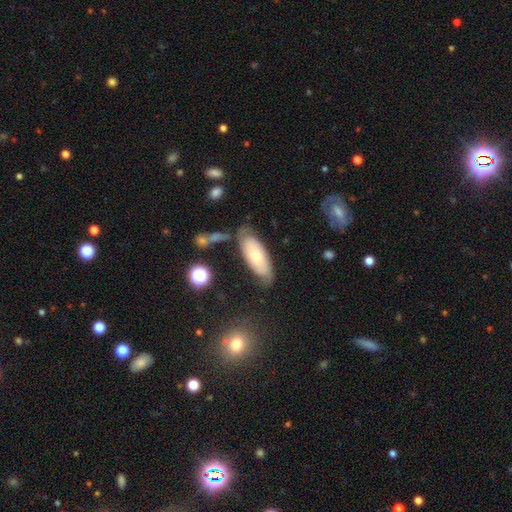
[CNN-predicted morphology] This is possibly a smooth galaxy (56%). How rounded: likely in between (77%). Merging: likely none (65%).